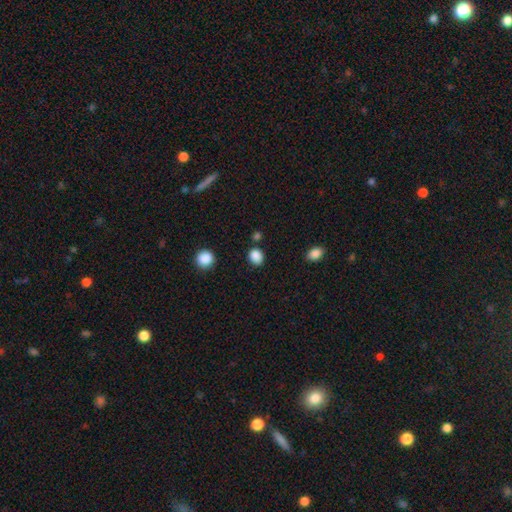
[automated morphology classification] Smooth or featured?
  - smooth: 86% *
  - star or artifact: 10%
  - featured or disk: 3%
How rounded?
  - round: 53% *
  - in between: 46%
  - cigar-shaped: 1%
Merging?
  - none: 79% *
  - minor disturbance: 13%
  - merger: 5%
  - major disturbance: 4%